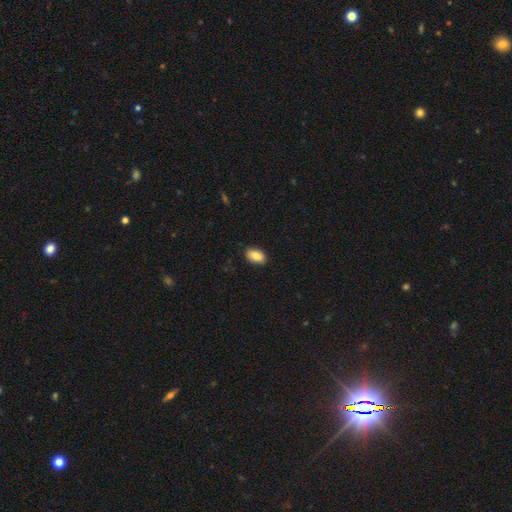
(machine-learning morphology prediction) Q: Smooth or featured?
A: smooth (83%); runner-up: featured or disk (10%)
Q: How rounded?
A: in between (91%); runner-up: round (7%)
Q: Merging?
A: none (88%); runner-up: minor disturbance (10%)